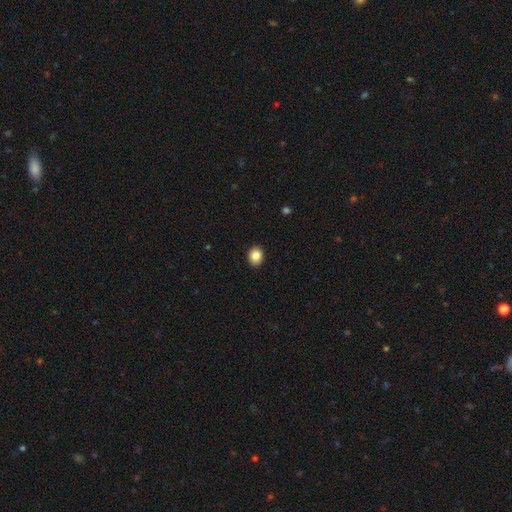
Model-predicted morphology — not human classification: type=smooth (85%); roundness=in between (51%); merging=none (92%).